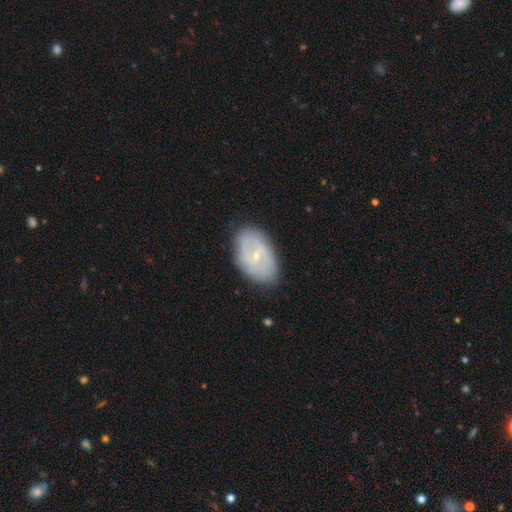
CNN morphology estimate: This is likely a featured or disk galaxy (63%). It is clearly not viewed edge-on (95%). Bar: possibly no (48%). Spiral arm pattern: likely yes (61%). Central bulge: likely small (77%). Merging: likely none (79%).